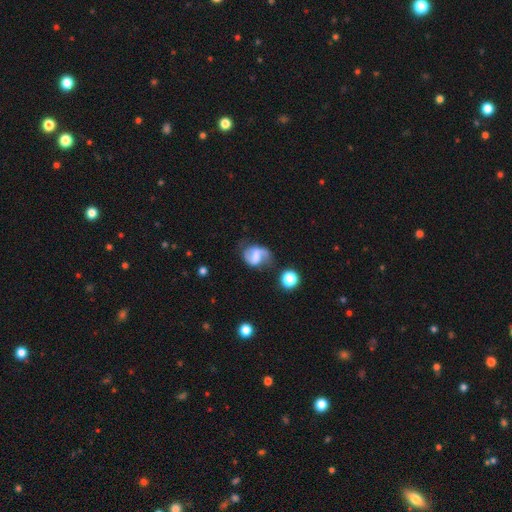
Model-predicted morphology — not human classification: Smooth or featured: featured or disk — 69% (smooth — 23%)
Edge-on disk: no — 97% (yes — 3%)
Bar: weak — 42% (strong — 39%)
Spiral arms: yes — 88% (no — 12%)
Spiral winding: loose — 44% (medium — 41%)
Spiral arm count: 2 — 84% (1 — 8%)
Bulge size: none — 36% (small — 26%)
Merging: none — 60% (minor disturbance — 22%)